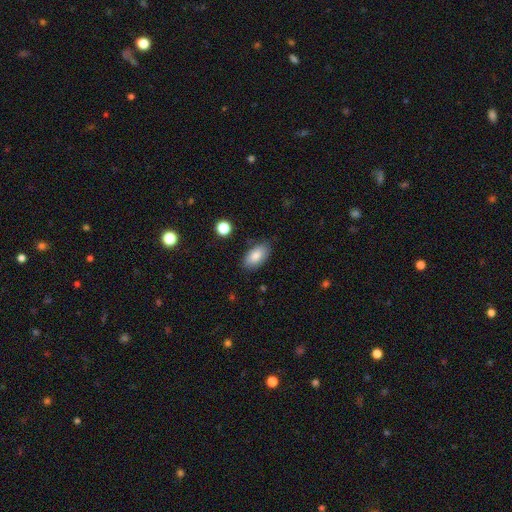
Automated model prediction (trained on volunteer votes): Smooth or featured? Predicted: smooth (p=0.84). How rounded? Predicted: in between (p=0.93). Merging? Predicted: none (p=0.82).